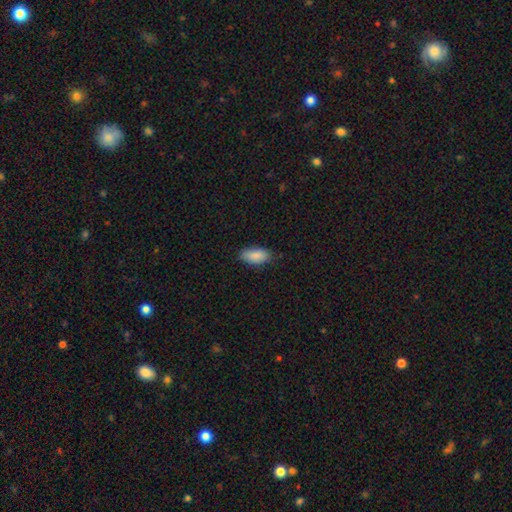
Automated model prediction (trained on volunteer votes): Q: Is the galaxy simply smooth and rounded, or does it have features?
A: smooth — 88%.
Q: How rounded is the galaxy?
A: in between — 90%.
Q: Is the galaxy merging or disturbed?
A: none — 81%.